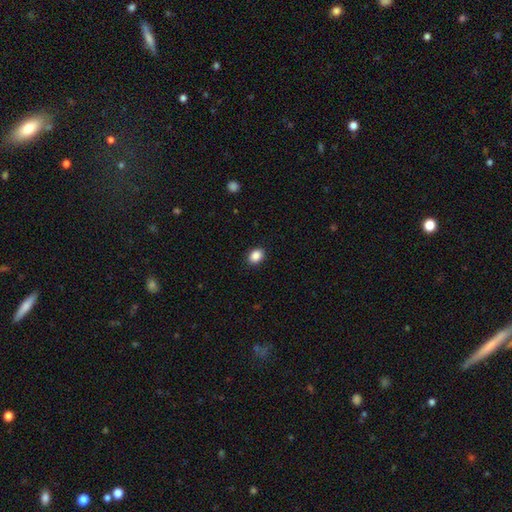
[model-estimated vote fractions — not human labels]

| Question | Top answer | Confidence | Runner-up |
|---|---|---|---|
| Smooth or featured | smooth | 88% | star or artifact (9%) |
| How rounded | in between | 61% | round (38%) |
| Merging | none | 90% | minor disturbance (7%) |